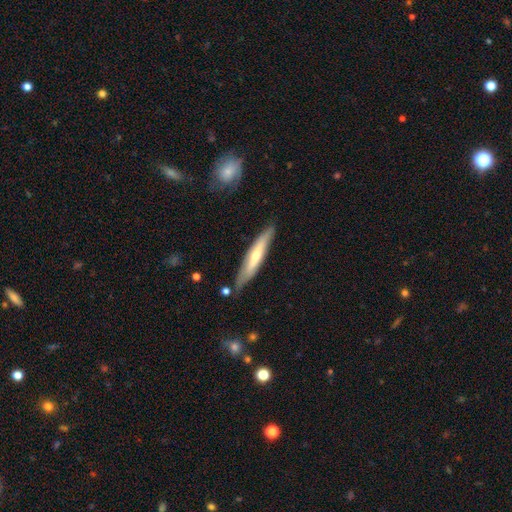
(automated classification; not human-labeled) The model was most divided on "smooth or featured": featured or disk: 49%, smooth: 46%, star or artifact: 6%. More confident: merging — none (78%).